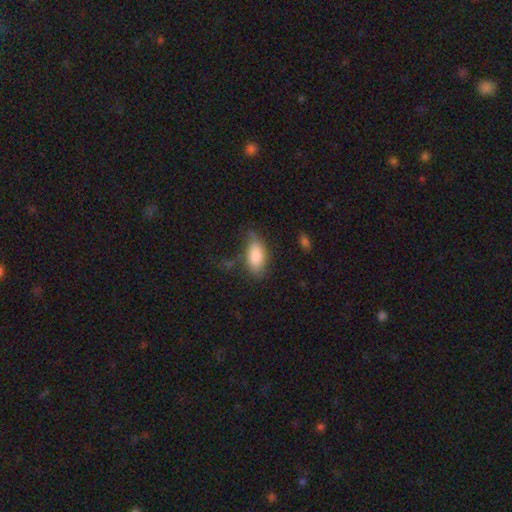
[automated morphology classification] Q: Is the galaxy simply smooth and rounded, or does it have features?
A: smooth — 83%.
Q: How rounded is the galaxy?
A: in between — 90%.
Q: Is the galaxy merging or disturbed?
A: none — 63%.